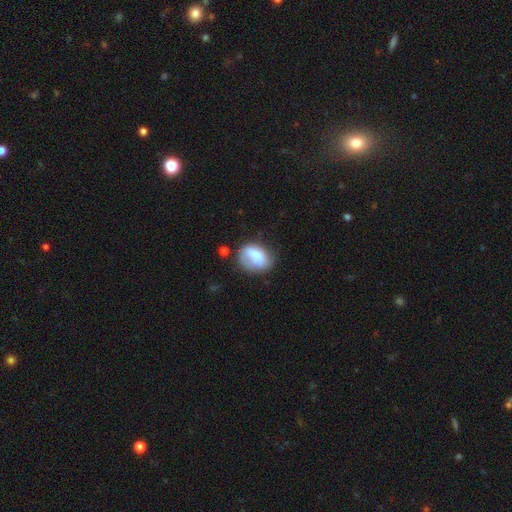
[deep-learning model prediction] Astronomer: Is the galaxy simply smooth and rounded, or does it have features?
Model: smooth — 59%.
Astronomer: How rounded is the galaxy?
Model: in between — 63%.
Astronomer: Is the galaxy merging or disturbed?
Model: none — 48% (runner-up: minor disturbance, 29%).